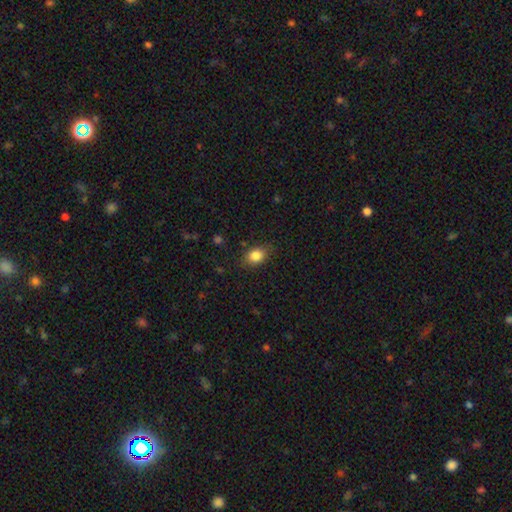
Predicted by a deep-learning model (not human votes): A smooth galaxy with no disk features (85%) that is in between round and cigar-shaped (70%). Merging: none (82%).